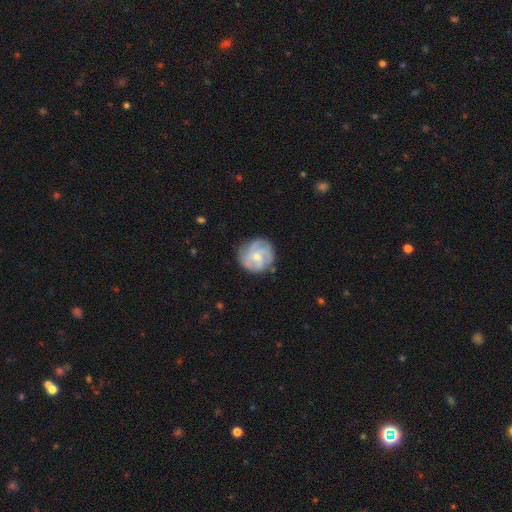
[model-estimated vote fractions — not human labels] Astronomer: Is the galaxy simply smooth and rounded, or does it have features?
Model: featured or disk — 74%.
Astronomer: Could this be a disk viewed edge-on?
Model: no — 98%.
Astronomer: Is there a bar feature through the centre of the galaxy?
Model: no — 66%.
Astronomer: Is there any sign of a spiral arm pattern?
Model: yes — 93%.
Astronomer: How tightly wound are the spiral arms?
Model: tight — 49% (runner-up: medium, 38%).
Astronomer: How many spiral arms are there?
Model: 3 — 36% (runner-up: 4, 22%).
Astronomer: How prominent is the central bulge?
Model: small — 61%.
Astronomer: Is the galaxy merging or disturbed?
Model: none — 79%.